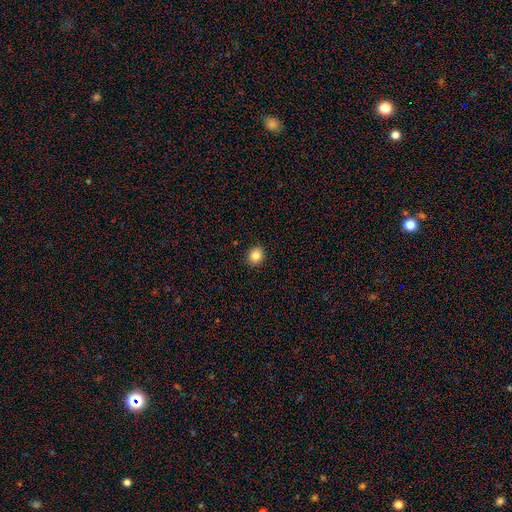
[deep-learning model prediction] The model was most divided on "how rounded": round: 80%, in between: 19%, cigar-shaped: 1%. More confident: merging — none (90%); smooth or featured — smooth (85%).